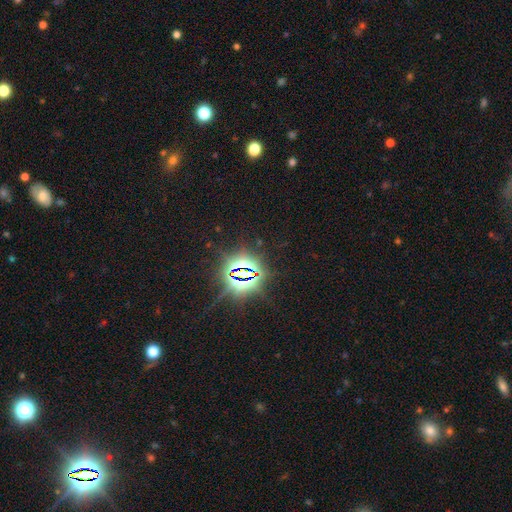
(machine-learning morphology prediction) smooth_or_featured: star or artifact (p=0.82) [alt: smooth p=0.11]